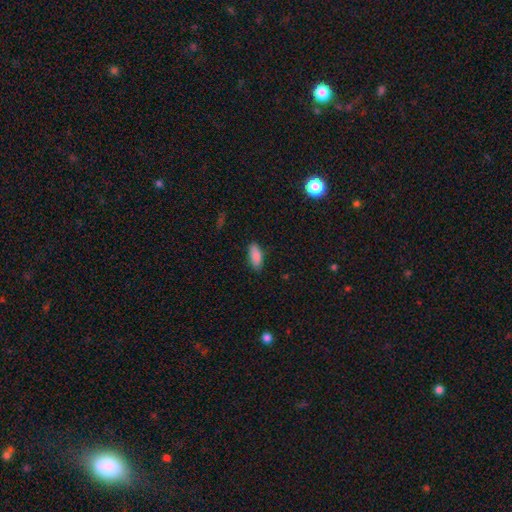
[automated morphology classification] Overall: smooth (88%). How rounded: in between (84%). Merging: none (85%).